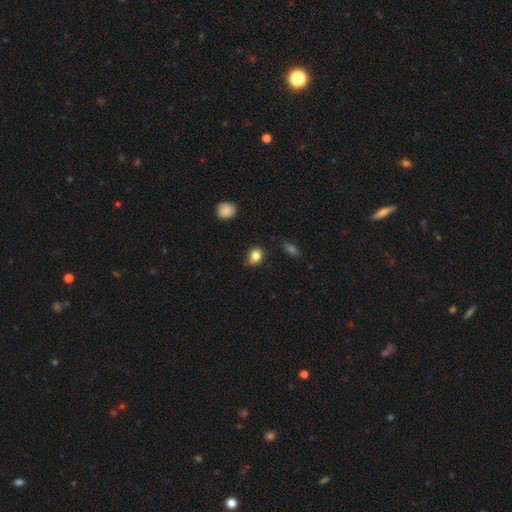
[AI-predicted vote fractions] A smooth galaxy with no disk features (81%) that is round (55%). Merging: none (63%).